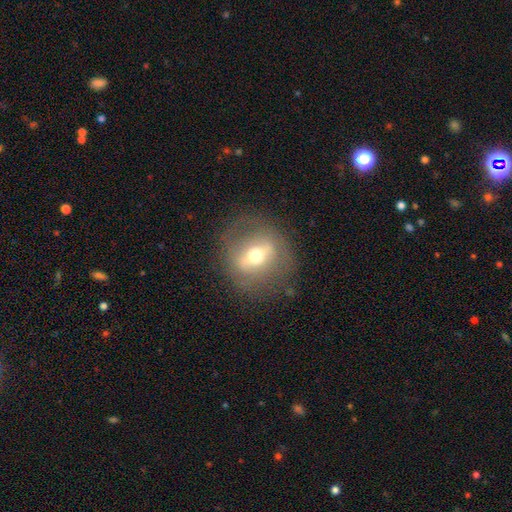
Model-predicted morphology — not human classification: The model was most divided on "smooth or featured": featured or disk: 55%, smooth: 36%, star or artifact: 9%. More confident: merging — none (79%); edge-on disk — no (77%).